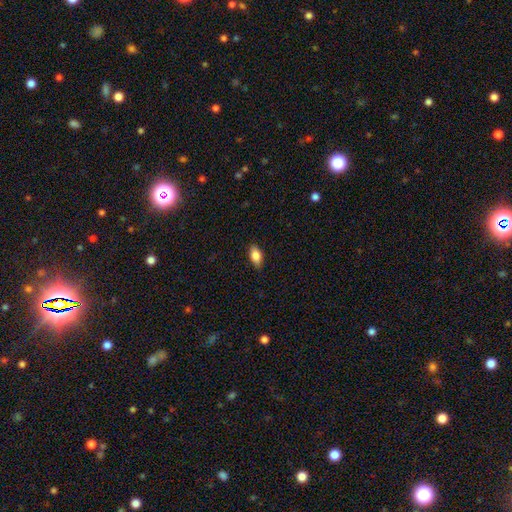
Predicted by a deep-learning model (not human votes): Q: Smooth or featured?
A: smooth (81%); runner-up: featured or disk (11%)
Q: How rounded?
A: in between (88%); runner-up: cigar-shaped (6%)
Q: Merging?
A: none (86%); runner-up: minor disturbance (11%)